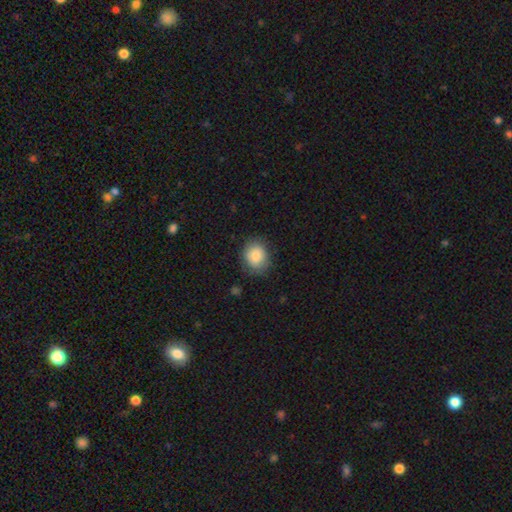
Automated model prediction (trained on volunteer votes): Overall: smooth (85%). How rounded: round (65%; in between 34%). Merging: none (79%).